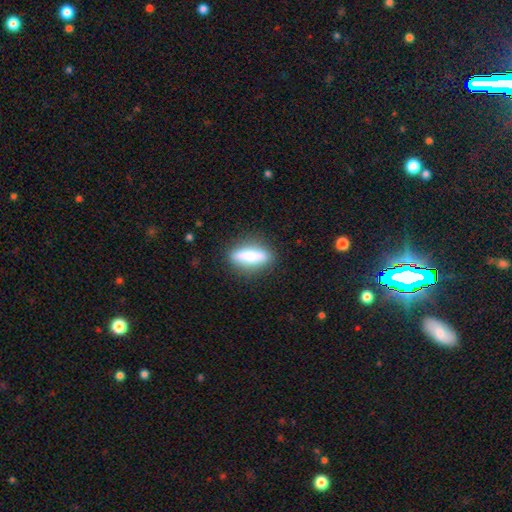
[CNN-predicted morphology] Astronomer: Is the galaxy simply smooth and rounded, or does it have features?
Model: smooth — 66%.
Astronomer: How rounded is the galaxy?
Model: in between — 50% (runner-up: cigar-shaped, 46%).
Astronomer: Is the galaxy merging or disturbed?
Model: none — 84%.